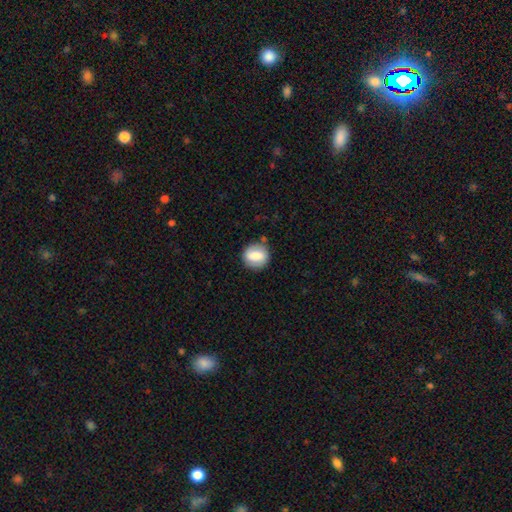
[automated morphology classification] This appears to be a smooth galaxy with no disk features (72%) that is round (72%). Merging: none (80%).